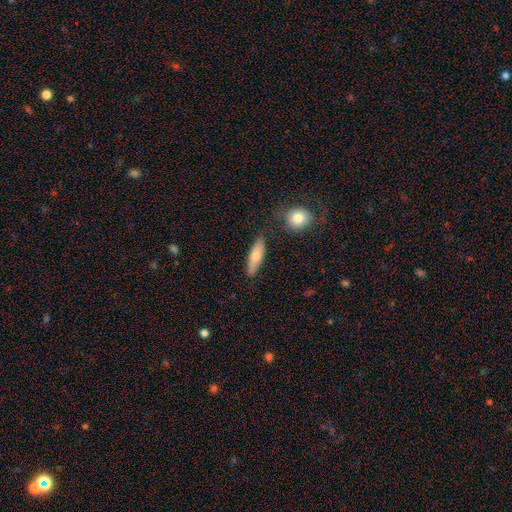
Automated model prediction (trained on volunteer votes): smooth-or-featured: smooth: 73% | featured or disk: 21% | star or artifact: 6%
  how-rounded: cigar-shaped: 60% | in between: 37% | round: 3%
  merging: none: 80% | minor disturbance: 12% | merger: 5% | major disturbance: 3%